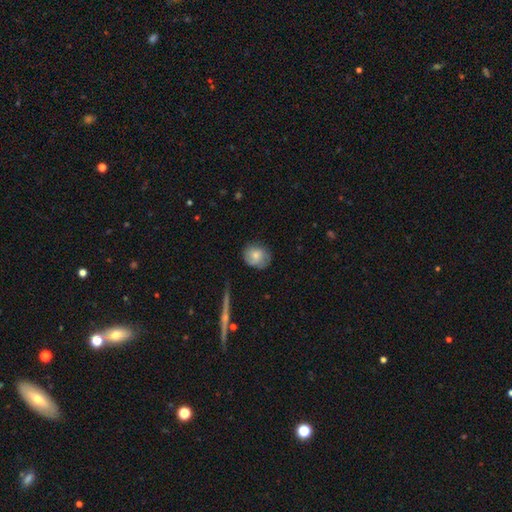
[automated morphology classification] smooth-or-featured: smooth: 67% | featured or disk: 25% | star or artifact: 7%
  how-rounded: round: 72% | in between: 26% | cigar-shaped: 1%
  merging: none: 69% | minor disturbance: 23% | major disturbance: 6% | merger: 2%